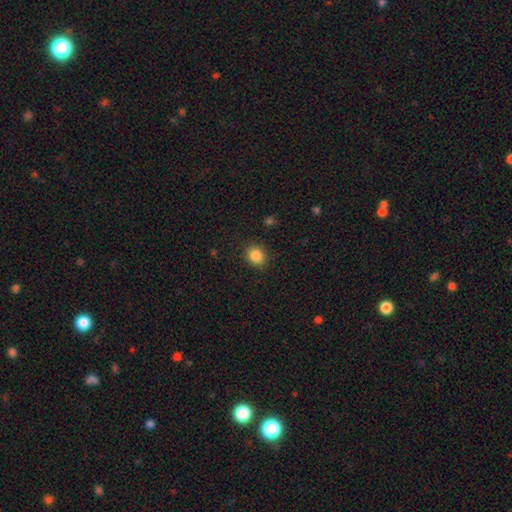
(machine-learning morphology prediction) smooth-or-featured: smooth: 86% | star or artifact: 10% | featured or disk: 4%
  how-rounded: round: 63% | in between: 36% | cigar-shaped: 1%
  merging: none: 87% | minor disturbance: 9% | major disturbance: 3% | merger: 1%